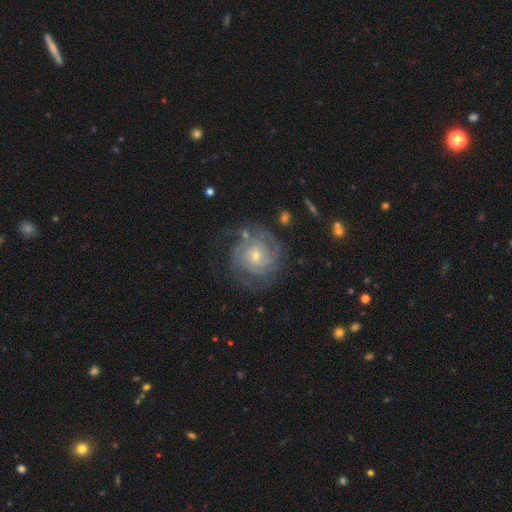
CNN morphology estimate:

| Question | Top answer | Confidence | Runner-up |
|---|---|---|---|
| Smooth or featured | featured or disk | 82% | smooth (11%) |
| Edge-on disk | no | 98% | yes (2%) |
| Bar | no | 74% | weak (21%) |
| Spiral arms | yes | 94% | no (6%) |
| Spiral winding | tight | 72% | medium (23%) |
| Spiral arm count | can't tell | 37% | 3 (19%) |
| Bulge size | small | 60% | moderate (36%) |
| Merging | none | 72% | minor disturbance (16%) |